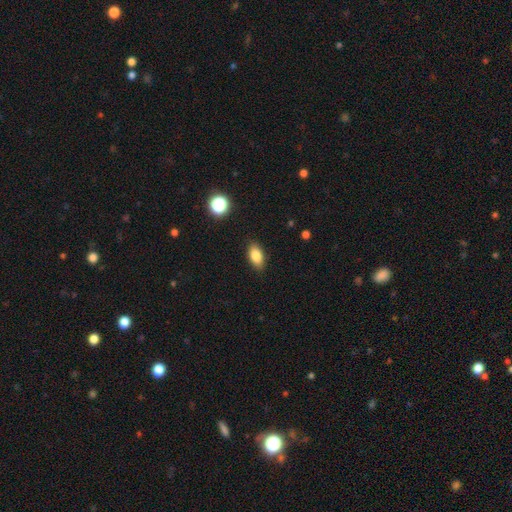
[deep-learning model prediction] smooth_or_featured: smooth (p=0.83) [alt: star or artifact p=0.09]
how_rounded: in between (p=0.88) [alt: round p=0.06]
merging: none (p=0.88) [alt: minor disturbance p=0.09]